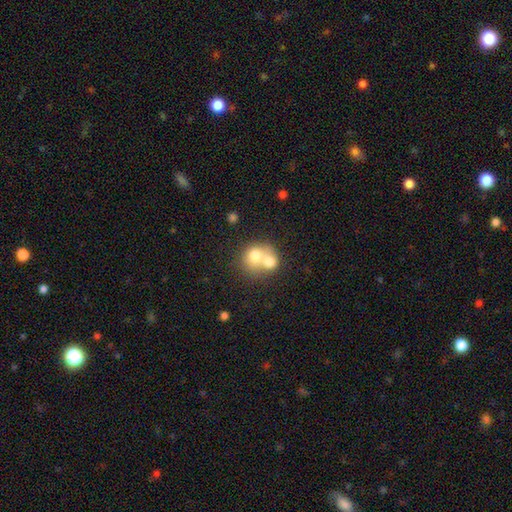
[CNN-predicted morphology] The model was most divided on "how rounded": round: 70%, in between: 29%, cigar-shaped: 1%. More confident: merging — merger (70%); smooth or featured — smooth (69%).